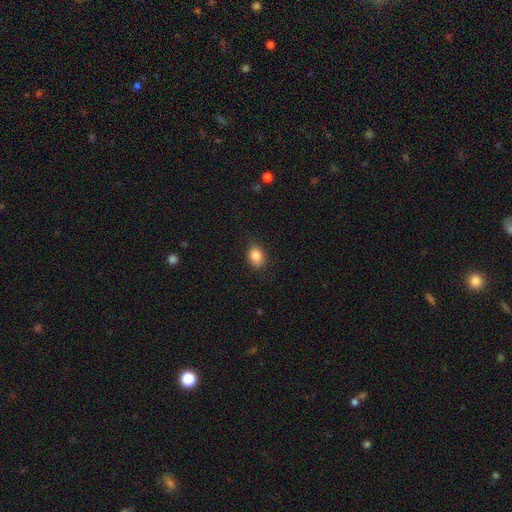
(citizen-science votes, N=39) Volunteers were most divided on "how rounded": in between: 74%, round: 26%, cigar-shaped: 0%. More confident: smooth or featured — smooth (90%); merging — none (78%).